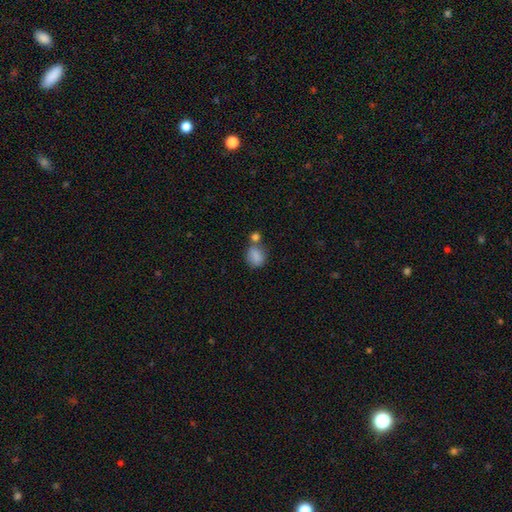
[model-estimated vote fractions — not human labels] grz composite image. It shows a smooth galaxy with no disk features (83%) that is round (49%, tied with in between). Merging: none (46%).